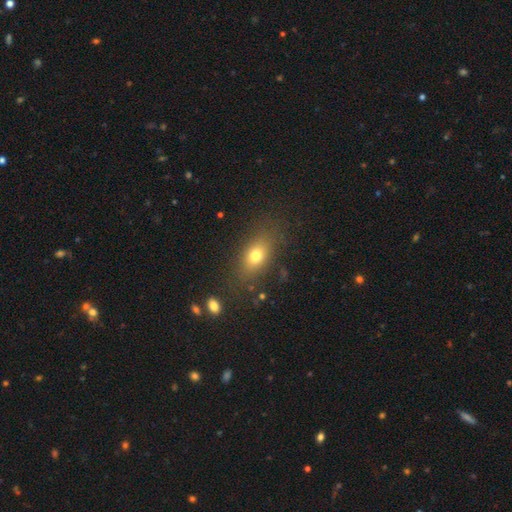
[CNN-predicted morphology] smooth 74%, featured or disk 14%, star or artifact 12%. Down the decision tree: how rounded — in between (74%); merging — none (78%).